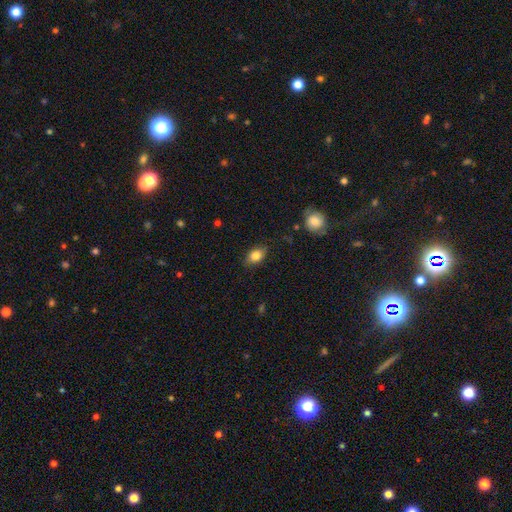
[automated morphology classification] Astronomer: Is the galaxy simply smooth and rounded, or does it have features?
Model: smooth — 84%.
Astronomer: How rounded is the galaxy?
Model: in between — 81%.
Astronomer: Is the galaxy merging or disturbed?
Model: none — 81%.